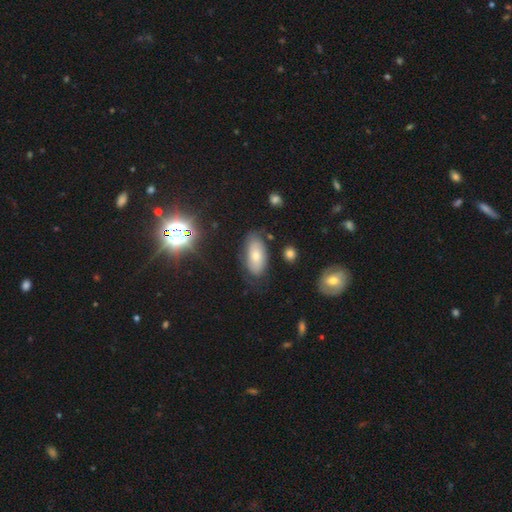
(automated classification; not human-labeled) A smooth galaxy with no disk features (62%) that is in between round and cigar-shaped (91%).

Vote fractions:
- Smooth or featured? smooth: 62% / featured or disk: 28% / star or artifact: 10%
- How rounded? in between: 91% / cigar-shaped: 5% / round: 4%
- Merging? none: 69% / minor disturbance: 21% / major disturbance: 7% / merger: 3%